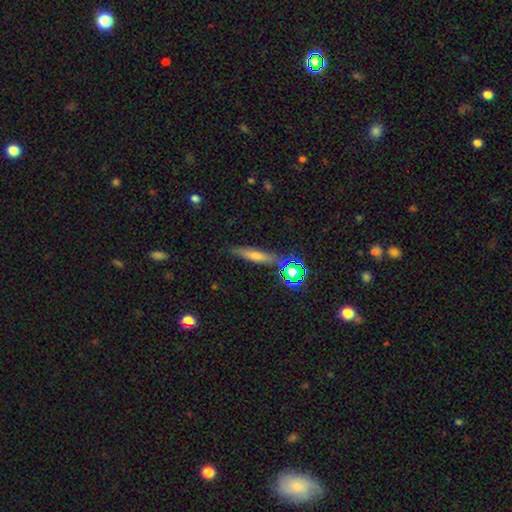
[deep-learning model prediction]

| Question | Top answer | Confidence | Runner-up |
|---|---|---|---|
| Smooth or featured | smooth | 51% | featured or disk (32%) |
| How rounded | cigar-shaped | 79% | in between (16%) |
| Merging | none | 82% | minor disturbance (11%) |